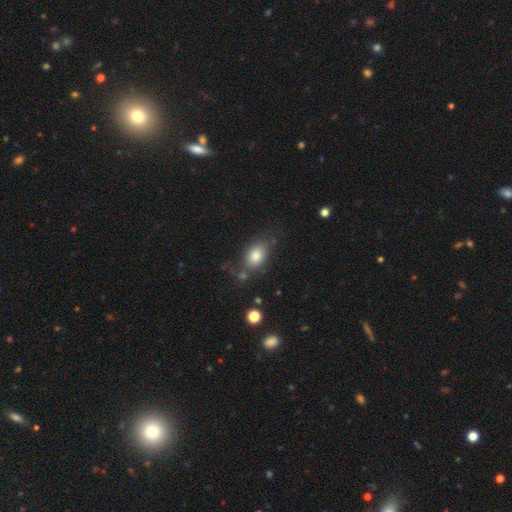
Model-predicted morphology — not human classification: Smooth or featured?
  - smooth: 80% *
  - featured or disk: 11%
  - star or artifact: 9%
How rounded?
  - in between: 78% *
  - round: 20%
  - cigar-shaped: 2%
Merging?
  - none: 64% *
  - minor disturbance: 20%
  - major disturbance: 8%
  - merger: 8%